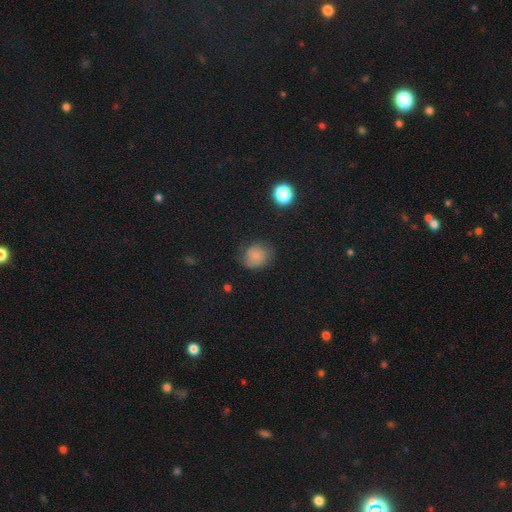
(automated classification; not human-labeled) A smooth galaxy with no disk features (72%) that is round (74%).

Vote fractions:
- Smooth or featured? smooth: 72% / featured or disk: 16% / star or artifact: 12%
- How rounded? round: 74% / in between: 25% / cigar-shaped: 1%
- Merging? none: 66% / minor disturbance: 24% / major disturbance: 8% / merger: 2%